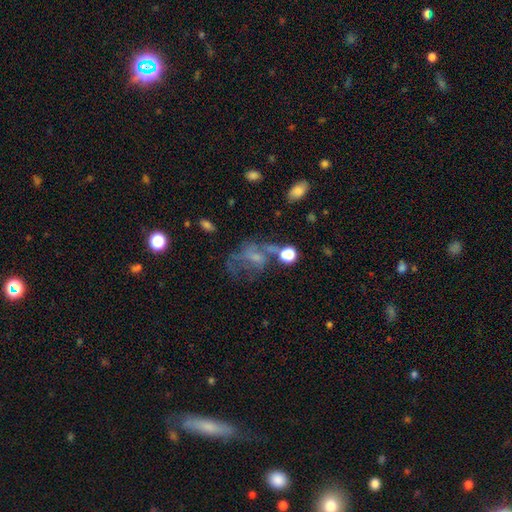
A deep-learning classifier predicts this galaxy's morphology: Smooth or featured? Predicted: featured or disk (p=0.48). Merging? Predicted: major disturbance (p=0.35).